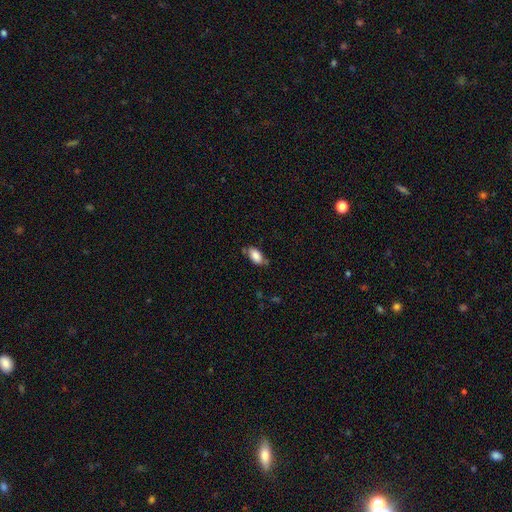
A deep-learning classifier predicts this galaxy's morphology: Smooth or featured: smooth — 84% (featured or disk — 8%)
How rounded: in between — 92% (cigar-shaped — 4%)
Merging: none — 65% (minor disturbance — 24%)